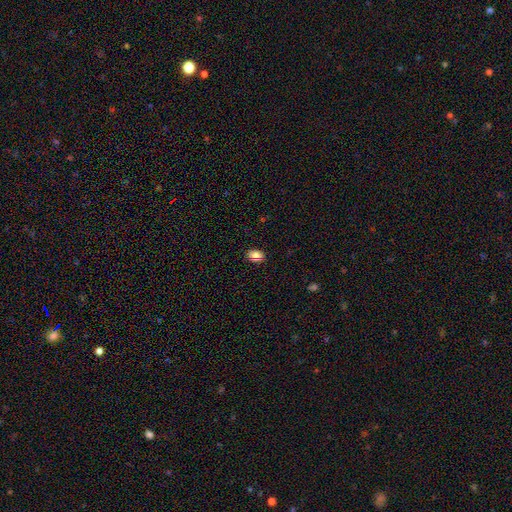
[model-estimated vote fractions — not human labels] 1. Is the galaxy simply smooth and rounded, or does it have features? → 76% smooth, 15% star or artifact, 10% featured or disk.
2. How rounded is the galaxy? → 75% in between, 23% round, 2% cigar-shaped.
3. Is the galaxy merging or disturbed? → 87% none, 9% minor disturbance, 2% major disturbance, 2% merger.